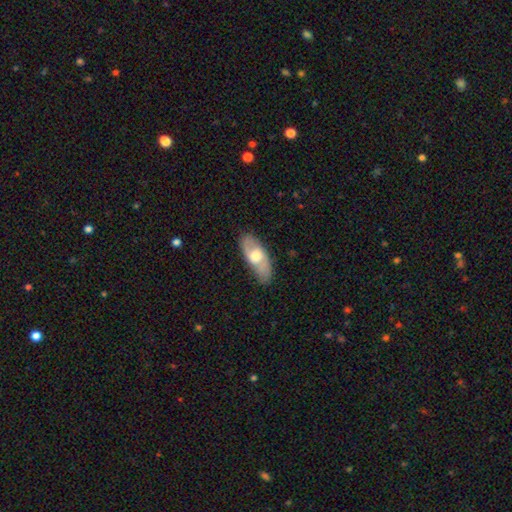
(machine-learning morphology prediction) Smooth or featured?
  - smooth: 48% *
  - featured or disk: 46%
  - star or artifact: 6%
Merging?
  - none: 81% *
  - minor disturbance: 14%
  - major disturbance: 3%
  - merger: 1%